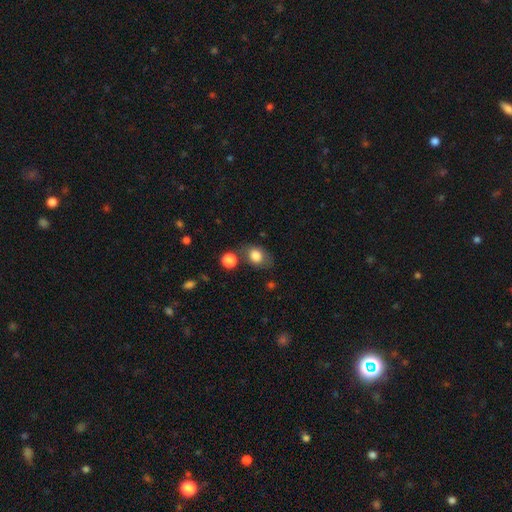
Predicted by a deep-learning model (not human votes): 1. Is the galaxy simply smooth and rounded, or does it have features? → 81% smooth, 10% featured or disk, 9% star or artifact.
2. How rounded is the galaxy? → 66% in between, 33% round, 1% cigar-shaped.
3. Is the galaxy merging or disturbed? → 64% none, 19% minor disturbance, 10% merger, 7% major disturbance.